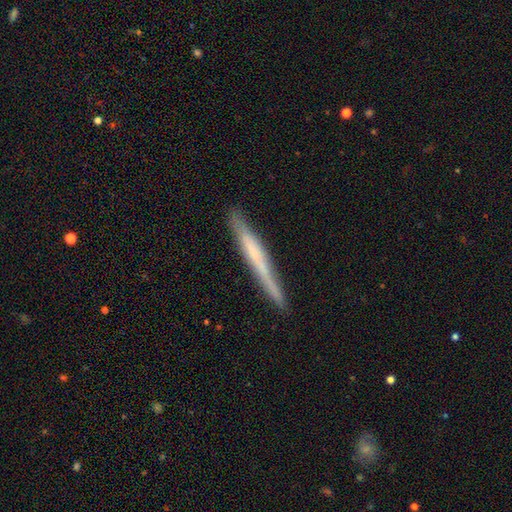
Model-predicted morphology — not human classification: A featured or disk galaxy (48%).

Vote fractions:
- Smooth or featured? featured or disk: 48% / smooth: 45% / star or artifact: 6%
- Merging? none: 86% / minor disturbance: 11% / major disturbance: 2% / merger: 1%